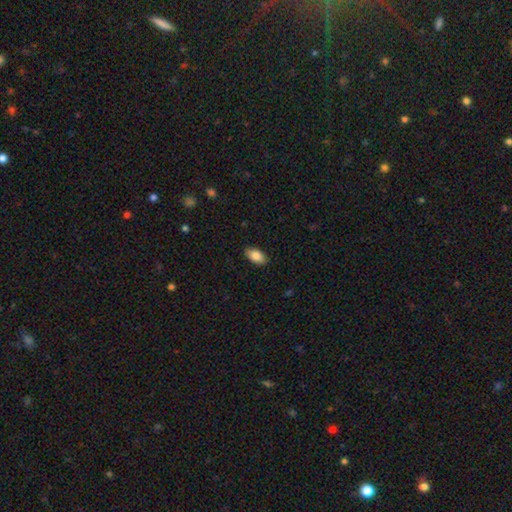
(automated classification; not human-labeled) Q: Smooth or featured?
A: smooth (85%); runner-up: featured or disk (8%)
Q: How rounded?
A: in between (93%); runner-up: cigar-shaped (4%)
Q: Merging?
A: none (88%); runner-up: minor disturbance (9%)